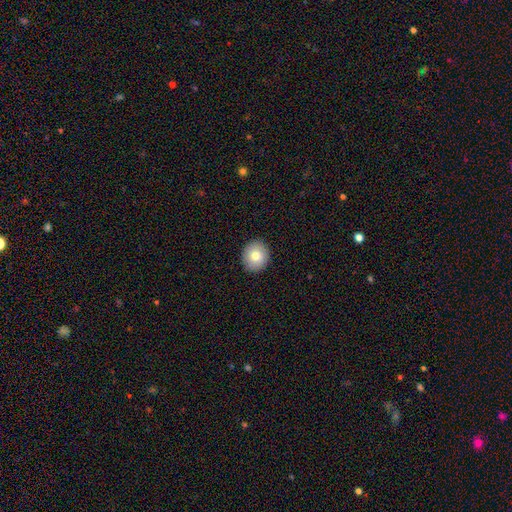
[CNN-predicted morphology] Smooth or featured?
  - smooth: 78% *
  - featured or disk: 14%
  - star or artifact: 9%
How rounded?
  - round: 82% *
  - in between: 17%
  - cigar-shaped: 1%
Merging?
  - none: 91% *
  - minor disturbance: 6%
  - major disturbance: 2%
  - merger: 1%